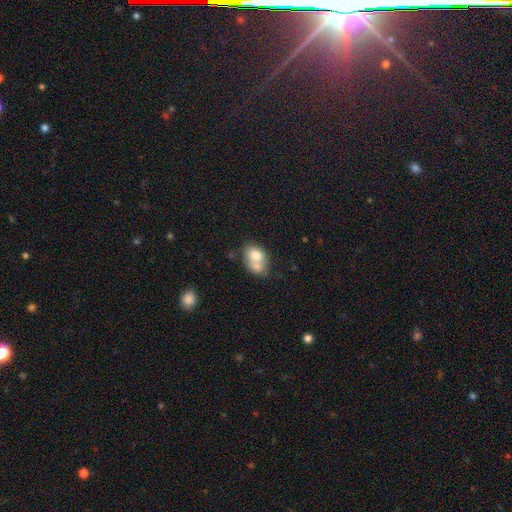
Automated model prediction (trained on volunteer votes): Smooth or featured: smooth — 70% (featured or disk — 22%)
How rounded: in between — 62% (round — 37%)
Merging: merger — 60% (none — 25%)